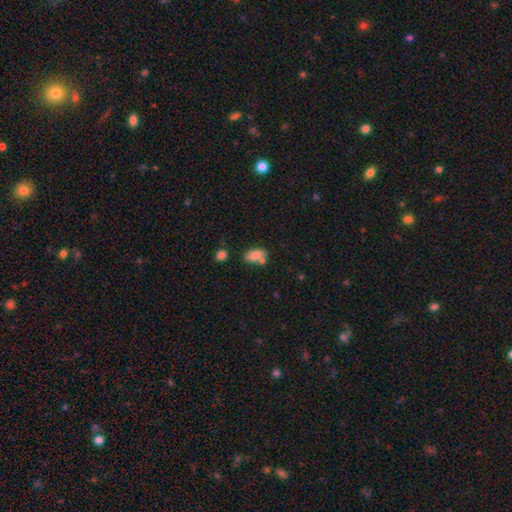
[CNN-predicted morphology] Smooth or featured? smooth (82%)
How rounded? in between (90%)
Merging? none (56%)